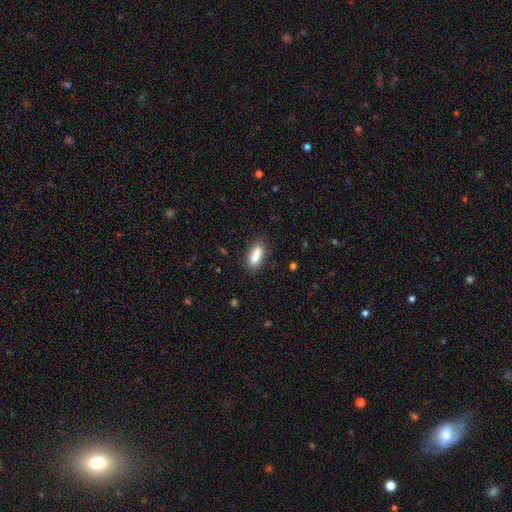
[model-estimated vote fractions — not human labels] smooth-or-featured: smooth: 84% | featured or disk: 8% | star or artifact: 8%
  how-rounded: in between: 64% | cigar-shaped: 33% | round: 3%
  merging: none: 81% | minor disturbance: 13% | major disturbance: 4% | merger: 3%